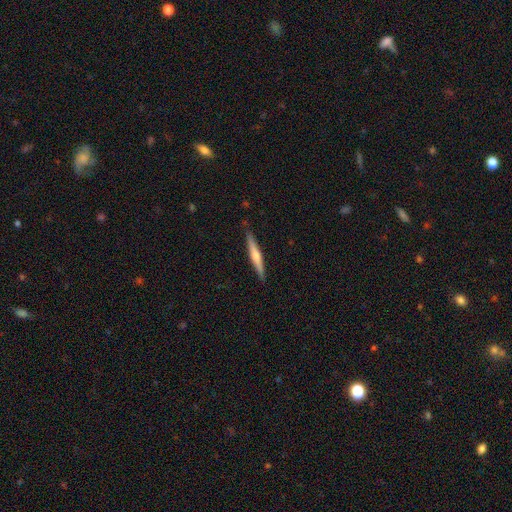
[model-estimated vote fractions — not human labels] Smooth or featured: featured or disk — 52% (smooth — 42%)
Edge-on disk: yes — 97% (no — 3%)
Edge-on bulge: rounded — 67% (none — 22%)
Merging: none — 89% (minor disturbance — 8%)